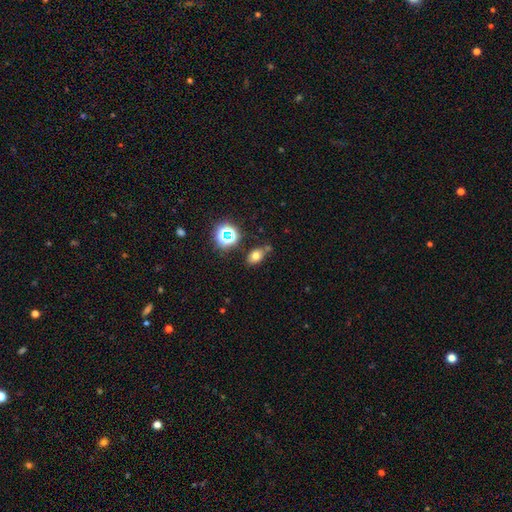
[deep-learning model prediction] Overall: smooth (69%). How rounded: in between (75%). Merging: none (69%).